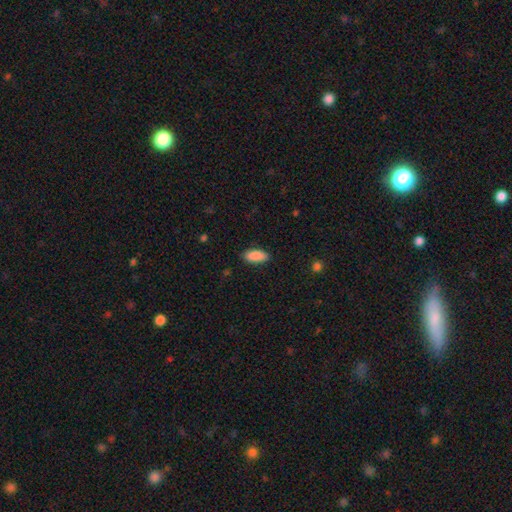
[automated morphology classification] A smooth galaxy with no disk features (89%) that is in between round and cigar-shaped (86%). Merging: none (88%).